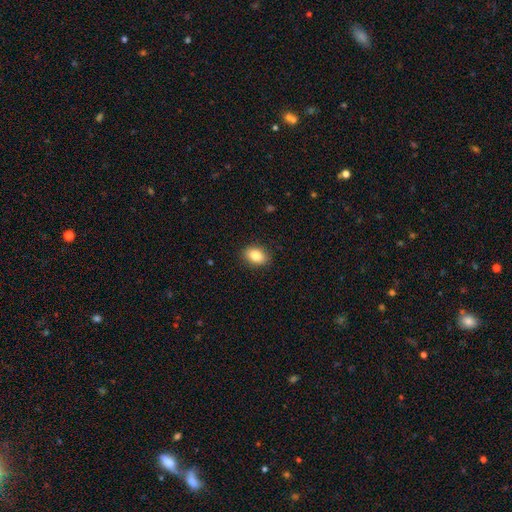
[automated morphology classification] Smooth or featured? smooth (85%)
How rounded? in between (79%)
Merging? none (89%)